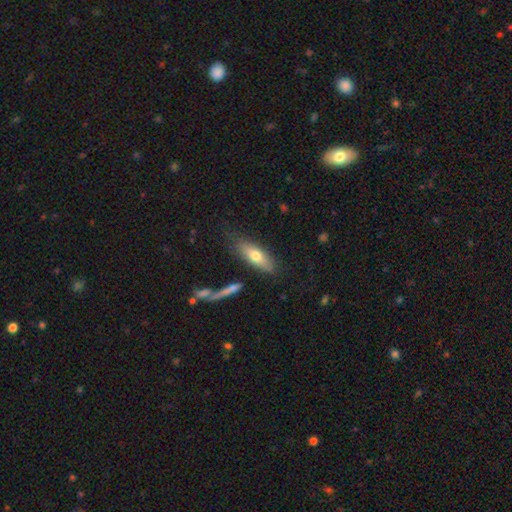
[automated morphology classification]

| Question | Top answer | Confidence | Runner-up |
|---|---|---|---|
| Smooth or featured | smooth | 65% | featured or disk (28%) |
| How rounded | in between | 58% | cigar-shaped (40%) |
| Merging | none | 73% | minor disturbance (15%) |